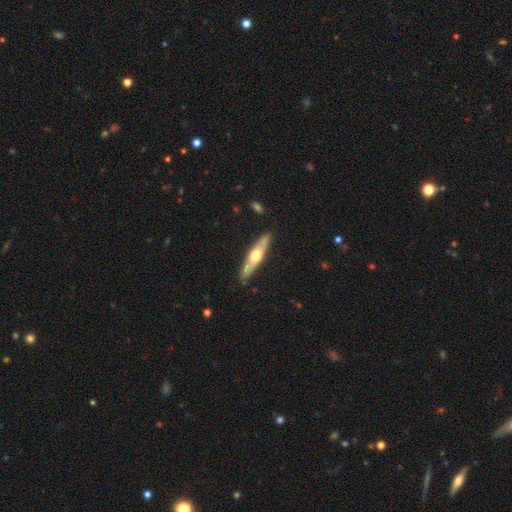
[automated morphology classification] A featured or disk galaxy (55%) viewed edge-on (87%). Merging: none (87%).